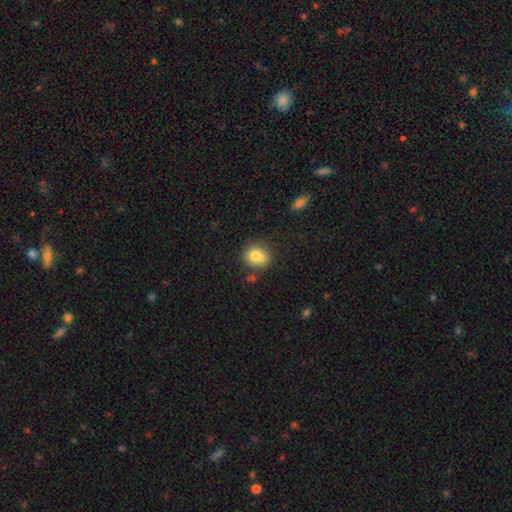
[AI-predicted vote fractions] This appears to be a smooth galaxy with no disk features (79%) that is round (75%). Merging: none (66%).